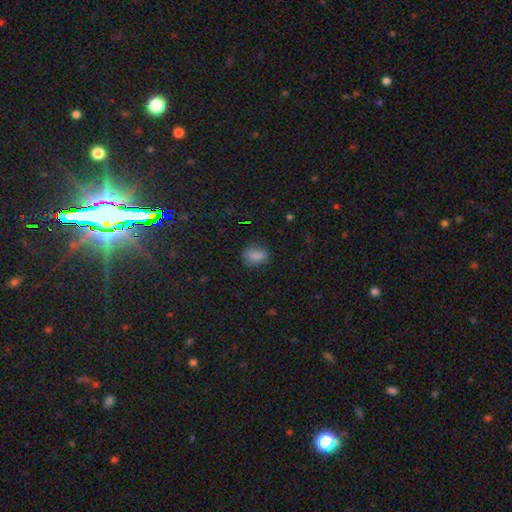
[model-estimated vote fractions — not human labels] A smooth galaxy with no disk features (84%) that is in between round and cigar-shaped (72%).

Vote fractions:
- Smooth or featured? smooth: 84% / star or artifact: 11% / featured or disk: 5%
- How rounded? in between: 72% / round: 26% / cigar-shaped: 2%
- Merging? none: 78% / minor disturbance: 16% / major disturbance: 4% / merger: 1%